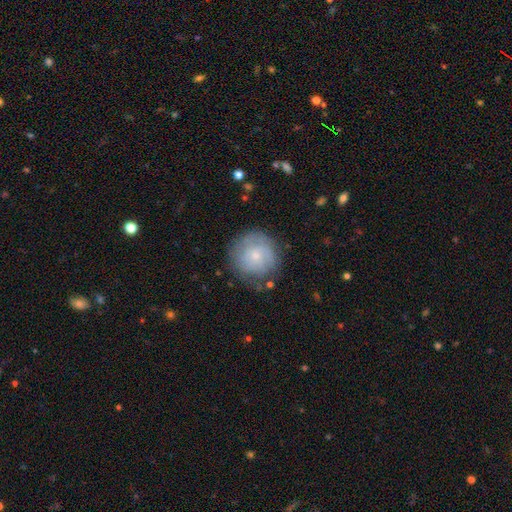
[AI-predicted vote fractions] Q: Smooth or featured?
A: smooth (49%); runner-up: featured or disk (43%)
Q: Merging?
A: none (74%); runner-up: minor disturbance (18%)